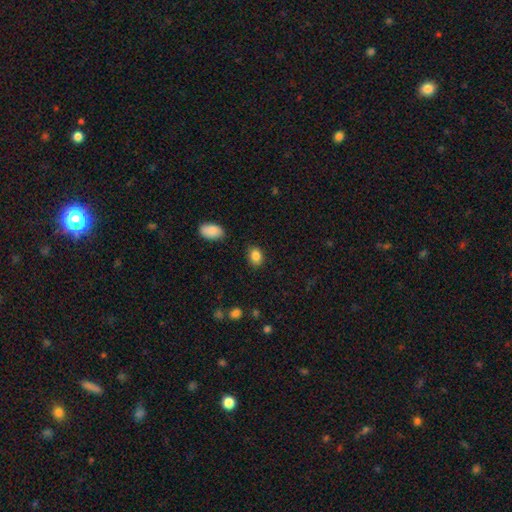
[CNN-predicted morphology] Overall: smooth (86%). How rounded: in between (69%). Merging: none (83%).